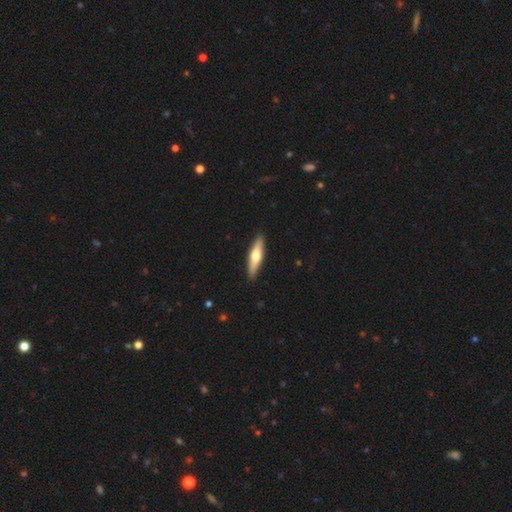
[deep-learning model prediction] The model was most divided on "smooth or featured": smooth: 54%, featured or disk: 41%, star or artifact: 5%. More confident: merging — none (90%); how rounded — cigar-shaped (77%).